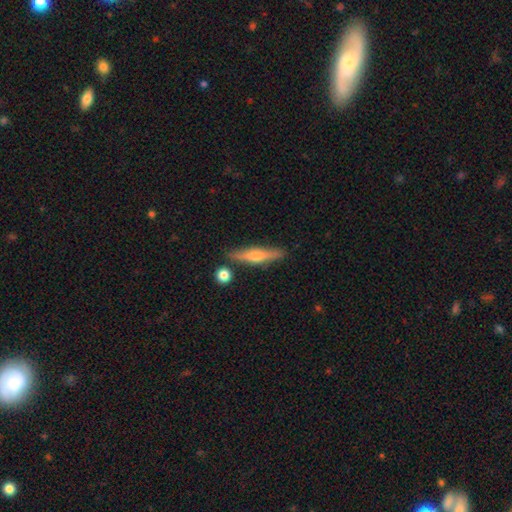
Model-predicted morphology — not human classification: type=featured or disk (58%); edge-on=yes (96%); edge-on bulge=rounded (89%); merging=none (84%).